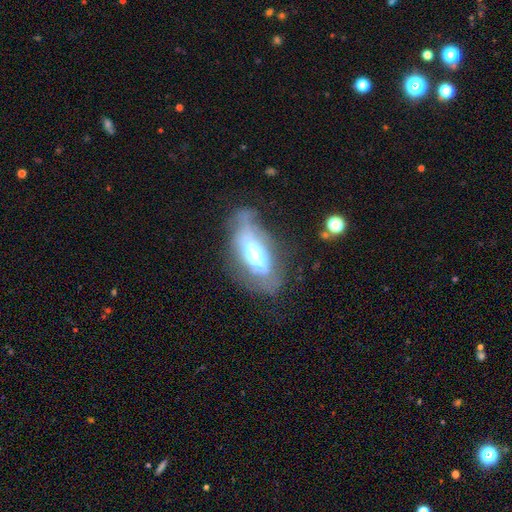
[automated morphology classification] Smooth or featured?
  - featured or disk: 53% *
  - smooth: 37%
  - star or artifact: 10%
Edge-on disk?
  - no: 70% *
  - yes: 30%
Merging?
  - none: 33% *
  - major disturbance: 30%
  - minor disturbance: 25%
  - merger: 12%